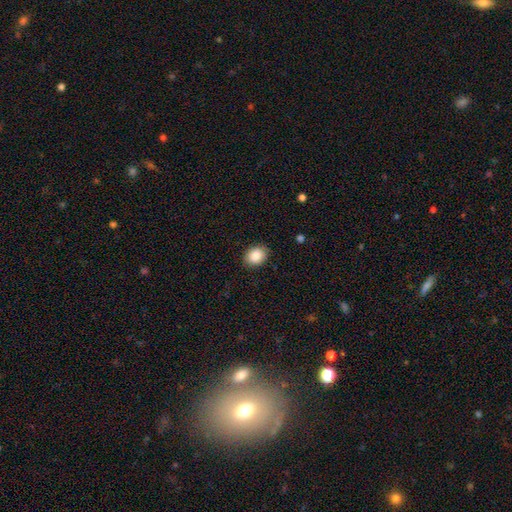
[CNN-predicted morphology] smooth 88%, star or artifact 8%, featured or disk 4%. Down the decision tree: how rounded — in between (57%); merging — none (88%).